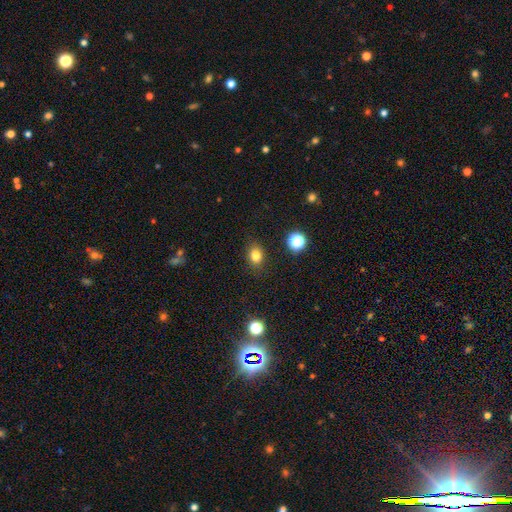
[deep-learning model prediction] The model was most divided on "how rounded": in between: 53%, round: 45%, cigar-shaped: 1%. More confident: merging — none (85%); smooth or featured — smooth (81%).